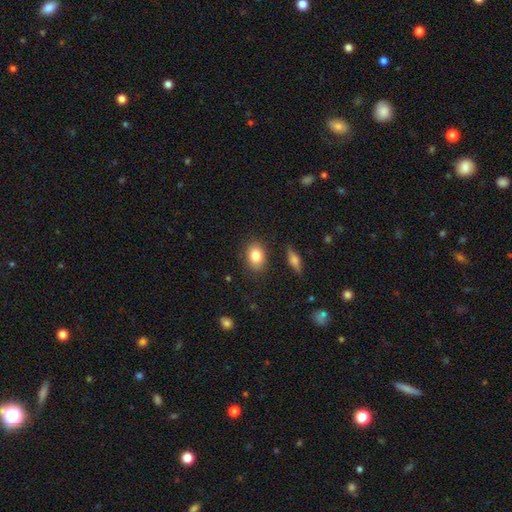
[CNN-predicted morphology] This is clearly a smooth galaxy (82%). How rounded: likely in between (74%). Merging: clearly none (84%).